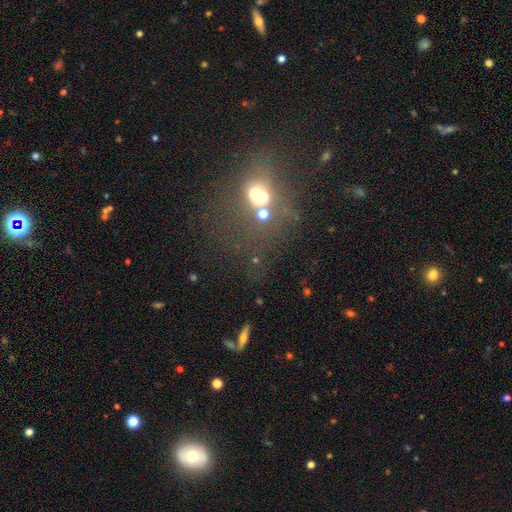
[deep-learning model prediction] Morphology: type=star or artifact (52%).